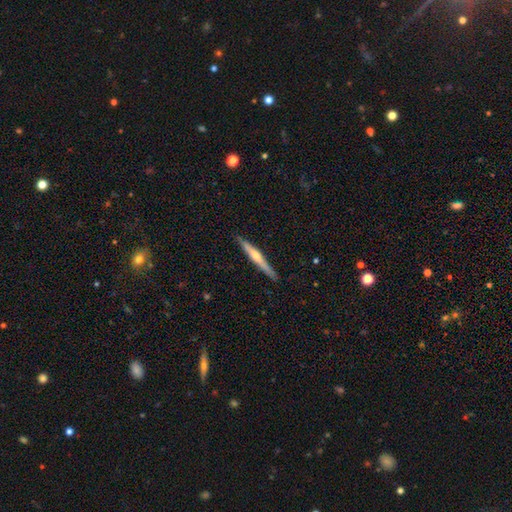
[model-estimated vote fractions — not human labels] This appears to be a featured or disk galaxy (60%) viewed edge-on (97%) with a rounded central bulge (73%). Merging: none (89%).